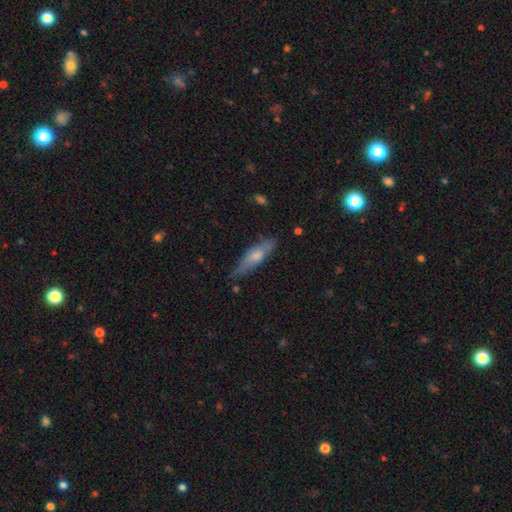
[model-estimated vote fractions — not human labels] Smooth or featured? smooth (57%)
How rounded? cigar-shaped (58%)
Merging? none (63%)